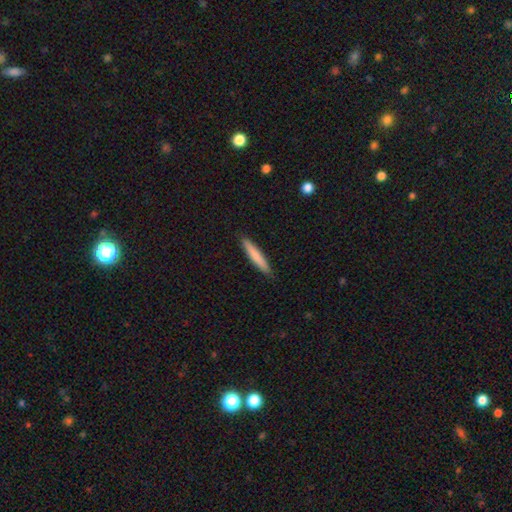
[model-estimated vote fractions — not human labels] Smooth or featured? Predicted: smooth (p=0.77). How rounded? Predicted: cigar-shaped (p=0.94). Merging? Predicted: none (p=0.90).